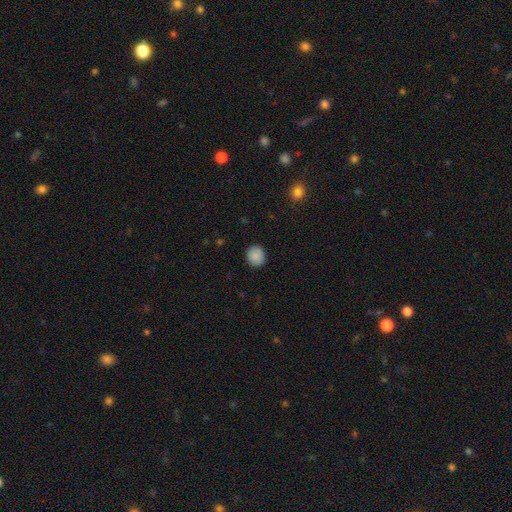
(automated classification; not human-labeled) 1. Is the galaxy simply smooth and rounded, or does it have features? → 88% smooth, 8% star or artifact, 4% featured or disk.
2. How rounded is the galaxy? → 84% round, 15% in between, 1% cigar-shaped.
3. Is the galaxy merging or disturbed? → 88% none, 9% minor disturbance, 2% major disturbance, 1% merger.